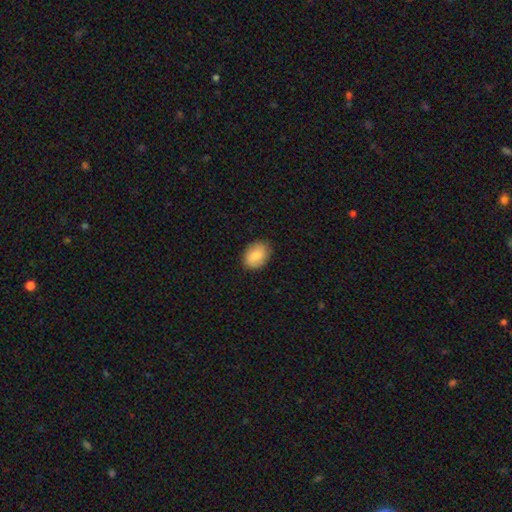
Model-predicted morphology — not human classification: Smooth or featured: smooth — 77% (featured or disk — 16%)
How rounded: in between — 67% (round — 32%)
Merging: none — 86% (minor disturbance — 10%)